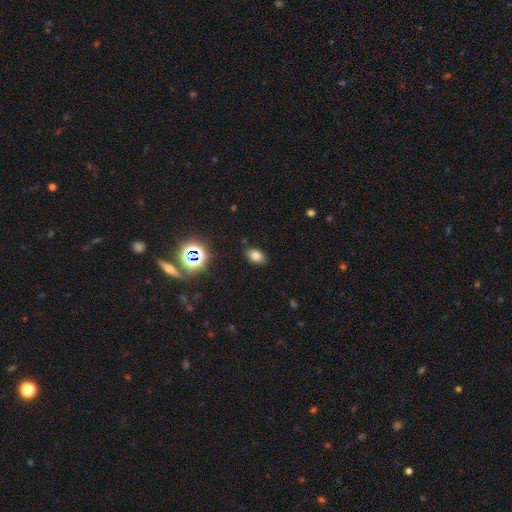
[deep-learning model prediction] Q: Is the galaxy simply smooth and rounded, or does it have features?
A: smooth — 74%.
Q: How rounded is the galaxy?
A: in between — 83%.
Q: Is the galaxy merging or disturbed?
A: none — 86%.